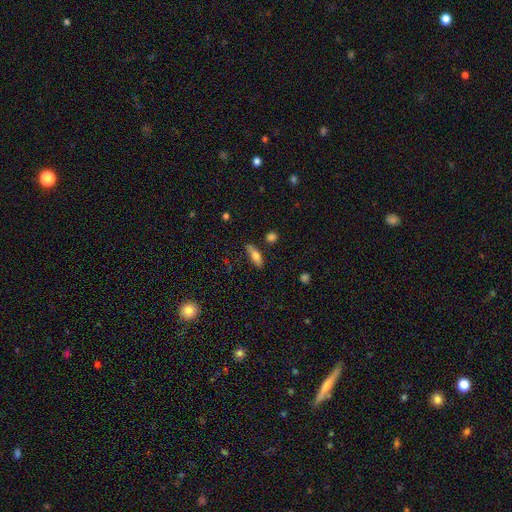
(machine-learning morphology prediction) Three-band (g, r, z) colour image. It shows a smooth galaxy with no disk features (70%) that is in between round and cigar-shaped (60%). Merging: none (75%).